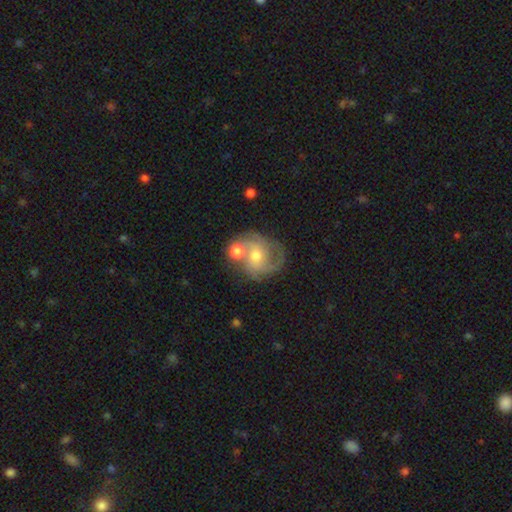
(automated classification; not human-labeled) The model was most divided on "spiral arm count": 2: 40%, 3: 29%, can't tell: 17%, 1: 6%, 4: 5%, more than 4: 3%. Remaining: edge-on disk — no (98%); spiral arms — yes (90%); smooth or featured — featured or disk (72%); bulge size — moderate (61%); bar — no (60%); merging — none (50%); spiral winding — medium (49%).